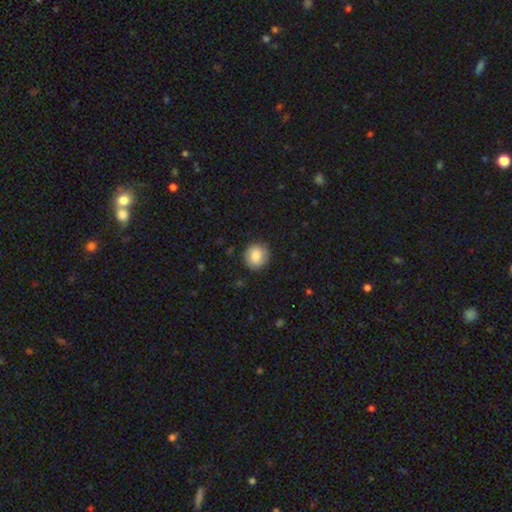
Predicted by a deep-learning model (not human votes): smooth-or-featured: smooth: 84% | featured or disk: 9% | star or artifact: 7%
  how-rounded: round: 88% | in between: 11% | cigar-shaped: 1%
  merging: none: 87% | minor disturbance: 10% | major disturbance: 2% | merger: 1%